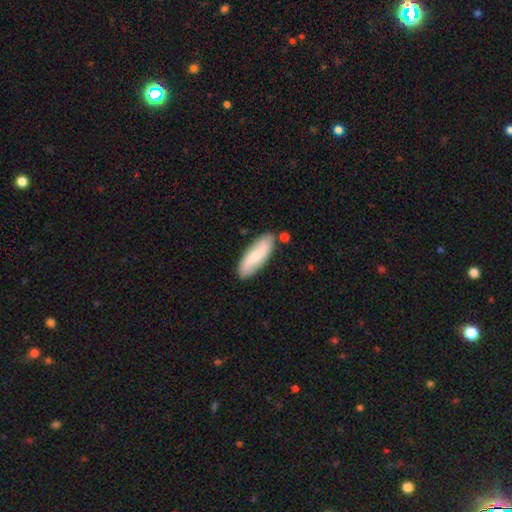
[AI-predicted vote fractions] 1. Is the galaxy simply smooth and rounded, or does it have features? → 63% smooth, 31% featured or disk, 5% star or artifact.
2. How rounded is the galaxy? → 52% in between, 46% cigar-shaped, 2% round.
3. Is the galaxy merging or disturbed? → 84% none, 11% minor disturbance, 3% merger, 2% major disturbance.